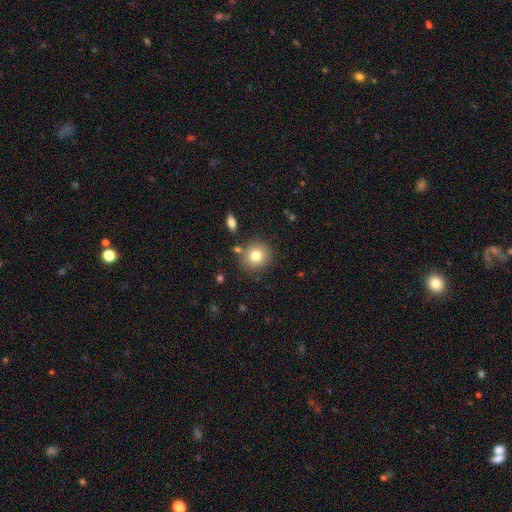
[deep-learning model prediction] Q: Smooth or featured?
A: smooth (79%); runner-up: star or artifact (11%)
Q: How rounded?
A: round (83%); runner-up: in between (16%)
Q: Merging?
A: none (81%); runner-up: minor disturbance (10%)